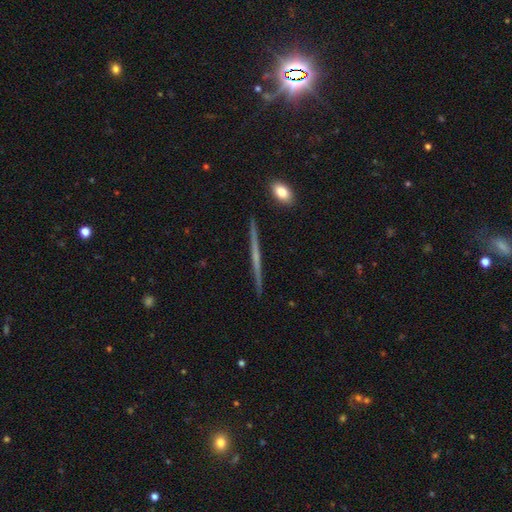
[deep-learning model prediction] smooth-or-featured: featured or disk: 68% | smooth: 25% | star or artifact: 7%
  disk-edge-on: yes: 98% | no: 2%
    edge-on-bulge: none: 73% | rounded: 21% | boxy: 6%
  merging: none: 92% | minor disturbance: 6% | major disturbance: 1% | merger: 1%